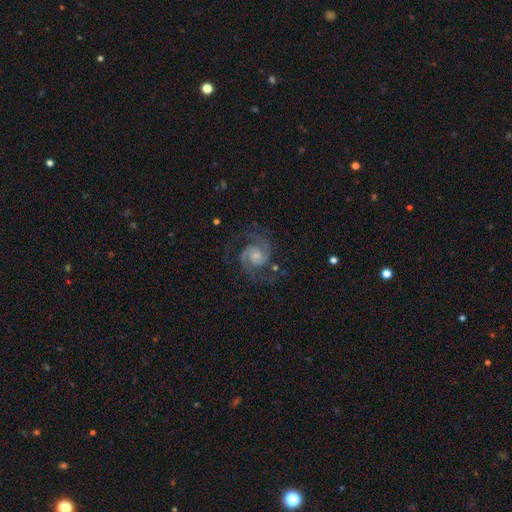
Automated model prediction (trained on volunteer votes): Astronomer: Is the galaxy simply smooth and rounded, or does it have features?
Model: featured or disk — 90%.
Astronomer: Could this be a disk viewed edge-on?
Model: no — 98%.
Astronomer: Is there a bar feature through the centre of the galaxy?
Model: no — 59%.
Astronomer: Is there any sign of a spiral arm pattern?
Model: yes — 98%.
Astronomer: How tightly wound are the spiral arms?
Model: medium — 55% (runner-up: tight, 34%).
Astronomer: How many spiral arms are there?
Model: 2 — 90%.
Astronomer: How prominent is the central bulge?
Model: small — 43% (runner-up: moderate, 40%).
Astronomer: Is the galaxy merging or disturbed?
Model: none — 77%.